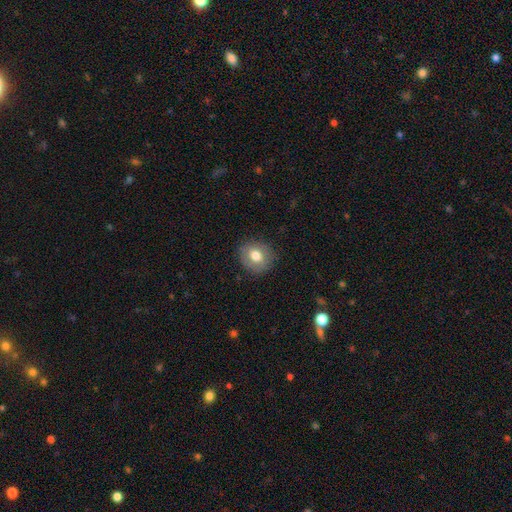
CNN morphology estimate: Smooth or featured? Predicted: smooth (p=0.75). How rounded? Predicted: round (p=0.74). Merging? Predicted: none (p=0.84).